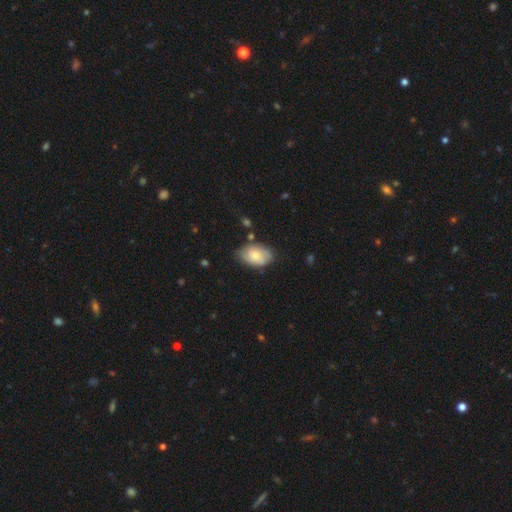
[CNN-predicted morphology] smooth 64%, featured or disk 29%, star or artifact 7%. Down the decision tree: how rounded — in between (89%); merging — none (67%).